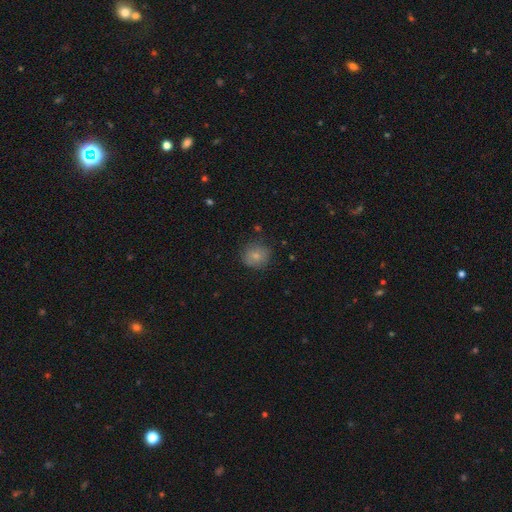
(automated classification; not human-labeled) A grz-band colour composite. It shows a smooth galaxy with no disk features (78%) that is round (86%). Merging: none (79%).